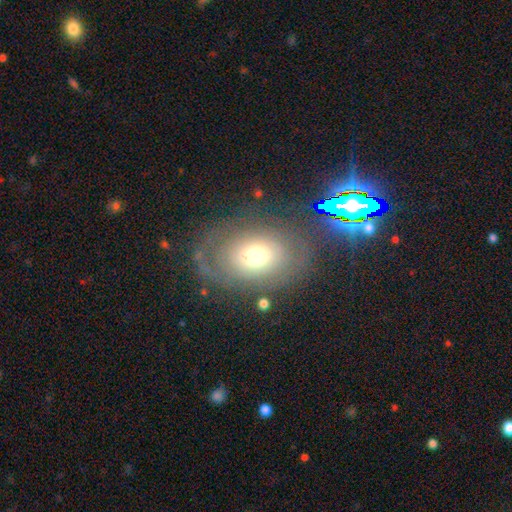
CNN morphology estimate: type=featured or disk (43%); merging=none (66%).